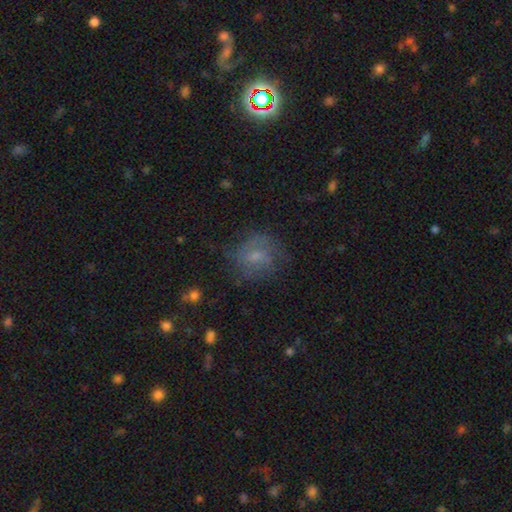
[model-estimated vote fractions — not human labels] The model was most divided on "smooth or featured": smooth: 47%, featured or disk: 40%, star or artifact: 13%. More confident: merging — none (64%).